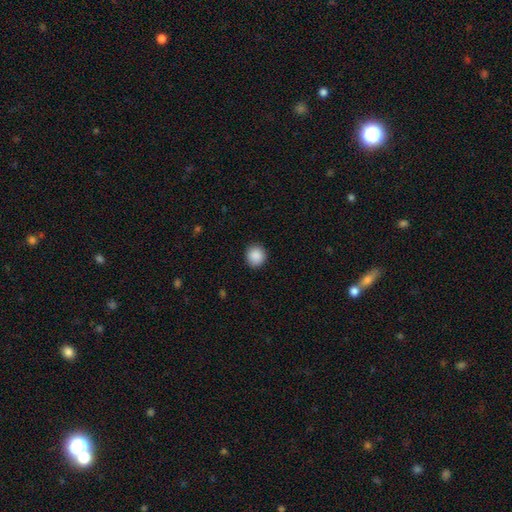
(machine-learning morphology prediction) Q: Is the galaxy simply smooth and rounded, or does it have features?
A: smooth — 89%.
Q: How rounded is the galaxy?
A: round — 90%.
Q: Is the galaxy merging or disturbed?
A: none — 90%.